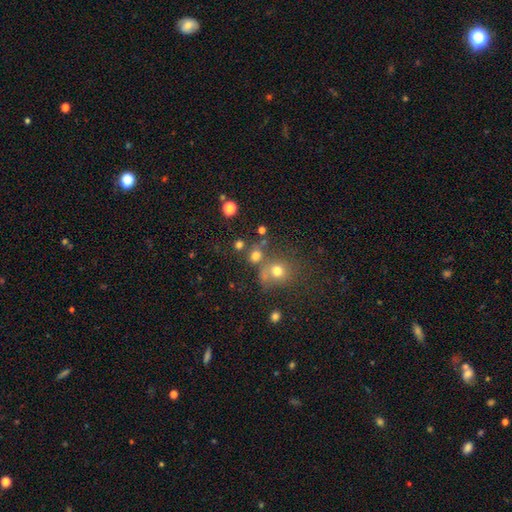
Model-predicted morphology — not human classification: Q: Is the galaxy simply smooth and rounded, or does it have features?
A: smooth — 71%.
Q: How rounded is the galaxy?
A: round — 77%.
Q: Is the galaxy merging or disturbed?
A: none — 56%.